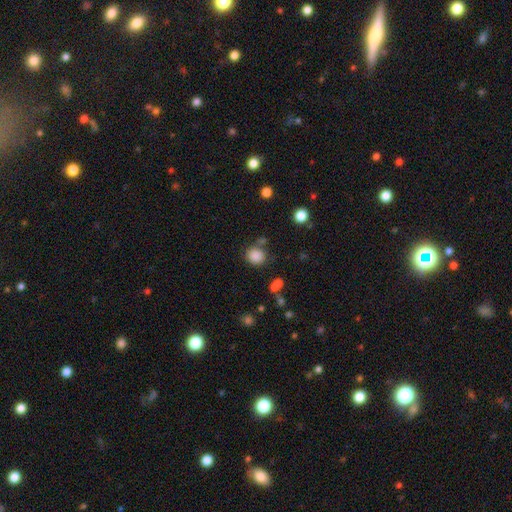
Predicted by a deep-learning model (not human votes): A smooth galaxy with no disk features (84%) that is round (78%).

Vote fractions:
- Smooth or featured? smooth: 84% / star or artifact: 11% / featured or disk: 4%
- How rounded? round: 78% / in between: 21% / cigar-shaped: 1%
- Merging? none: 74% / minor disturbance: 12% / merger: 9% / major disturbance: 5%